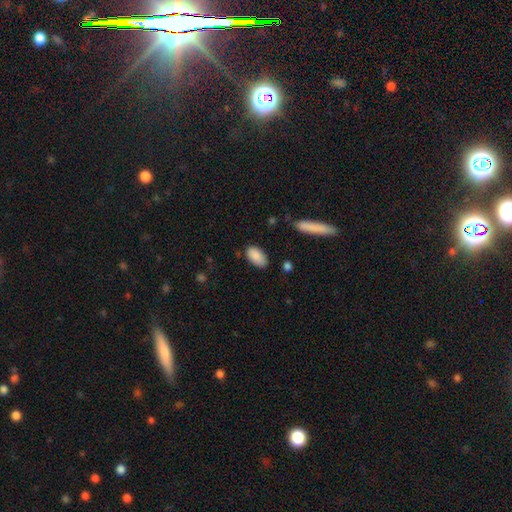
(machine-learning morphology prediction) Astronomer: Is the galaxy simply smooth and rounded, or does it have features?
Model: smooth — 89%.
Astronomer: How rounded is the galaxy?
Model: in between — 94%.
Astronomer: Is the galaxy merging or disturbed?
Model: none — 79%.